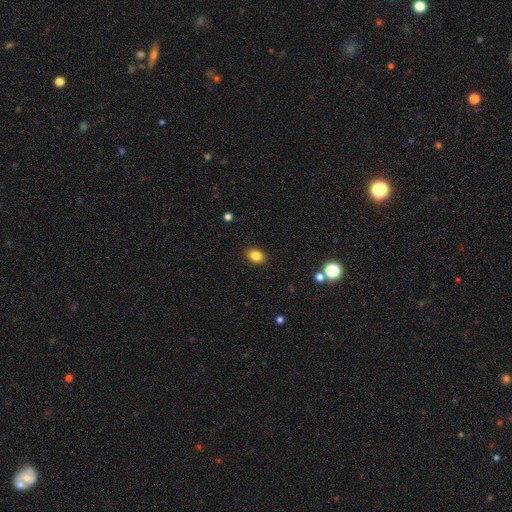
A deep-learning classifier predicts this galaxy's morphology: smooth_or_featured: smooth (p=0.84) [alt: star or artifact p=0.10]
how_rounded: in between (p=0.71) [alt: round p=0.28]
merging: none (p=0.89) [alt: minor disturbance p=0.08]